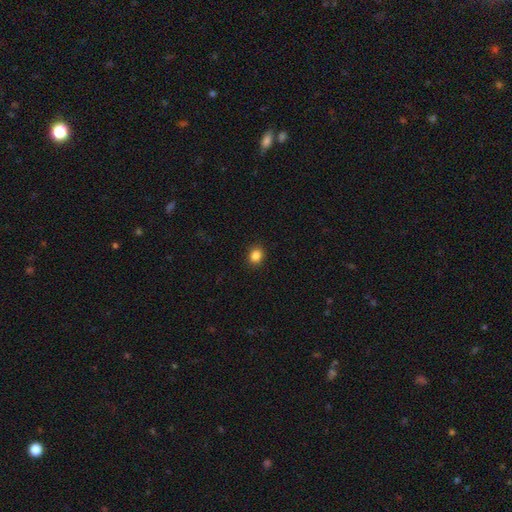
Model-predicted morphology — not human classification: Smooth or featured? smooth (85%)
How rounded? round (66%)
Merging? none (91%)